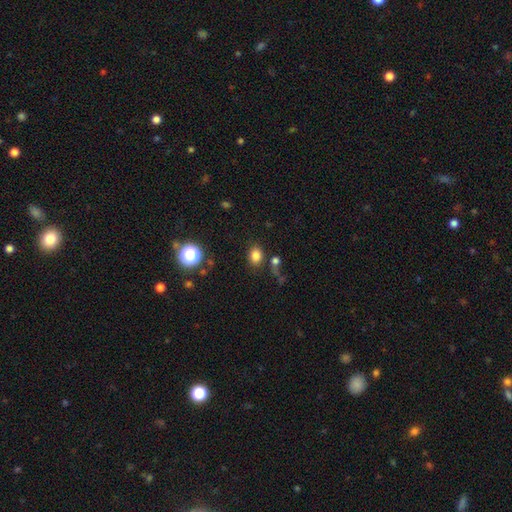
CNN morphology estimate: smooth_or_featured: smooth (p=0.81) [alt: star or artifact p=0.13]
how_rounded: in between (p=0.53) [alt: round p=0.46]
merging: none (p=0.77) [alt: minor disturbance p=0.11]